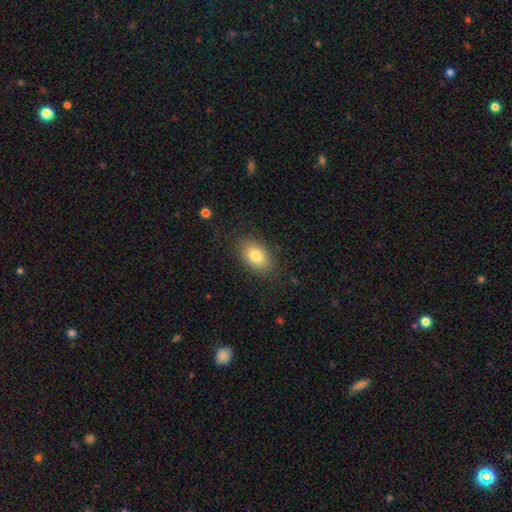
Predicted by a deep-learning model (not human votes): This is likely a smooth galaxy (79%). How rounded: clearly in between (86%). Merging: clearly none (84%).